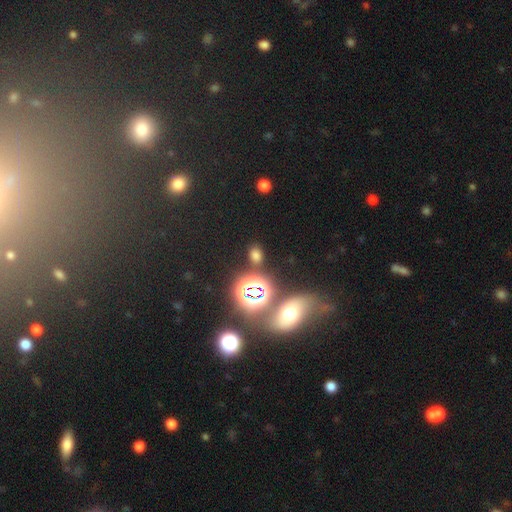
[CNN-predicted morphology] Smooth or featured: smooth — 54% (star or artifact — 39%)
How rounded: in between — 59% (round — 38%)
Merging: none — 79% (minor disturbance — 10%)